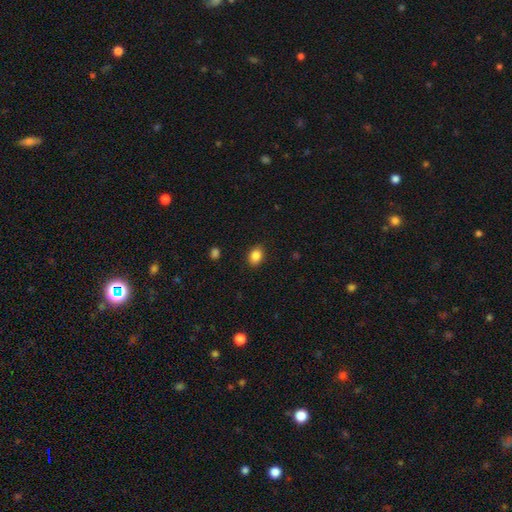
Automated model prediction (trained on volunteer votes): Smooth or featured?
  - smooth: 87% *
  - star or artifact: 9%
  - featured or disk: 5%
How rounded?
  - in between: 69% *
  - round: 30%
  - cigar-shaped: 1%
Merging?
  - none: 89% *
  - minor disturbance: 8%
  - major disturbance: 2%
  - merger: 1%